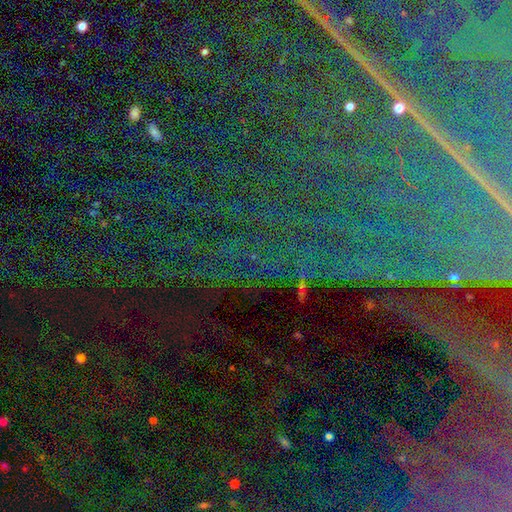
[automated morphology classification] star or artifact 86%, featured or disk 8%, smooth 6%.